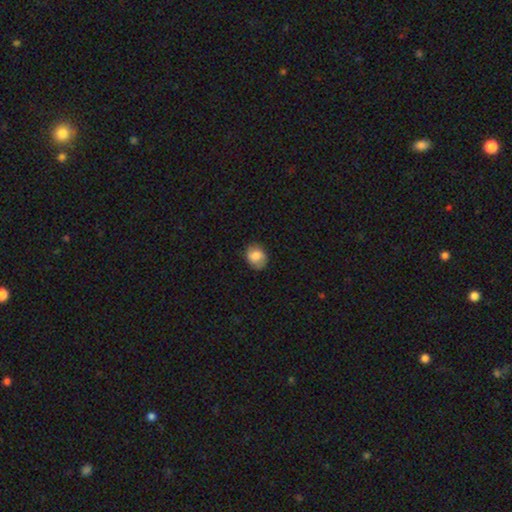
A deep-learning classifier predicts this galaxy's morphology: A smooth galaxy with no disk features (77%) that is round (52%). Merging: none (78%).